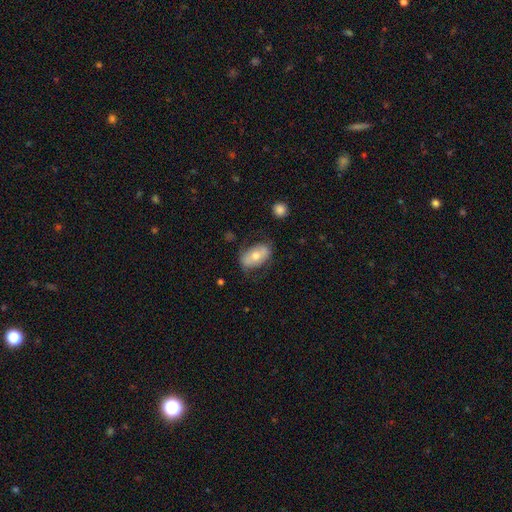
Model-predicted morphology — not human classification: smooth-or-featured: smooth: 58% | featured or disk: 35% | star or artifact: 7%
  how-rounded: in between: 90% | round: 8% | cigar-shaped: 2%
  merging: none: 67% | minor disturbance: 22% | major disturbance: 8% | merger: 2%